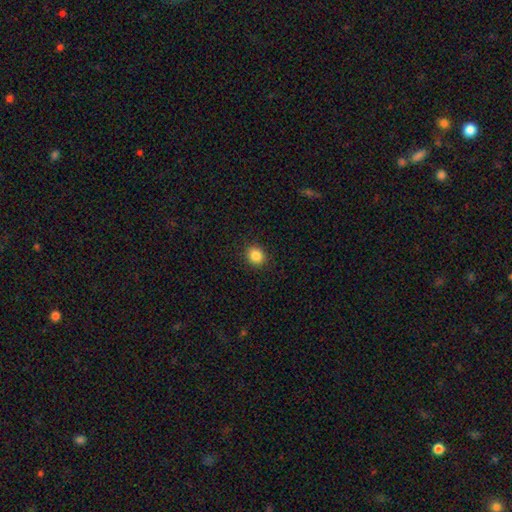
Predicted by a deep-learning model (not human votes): This appears to be a smooth galaxy with no disk features (86%) that is round (73%). Merging: none (91%).